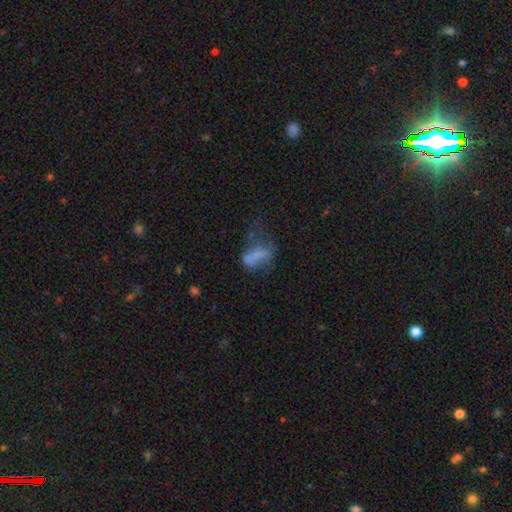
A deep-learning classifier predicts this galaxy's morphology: type=smooth (48%); merging=major disturbance (42%).